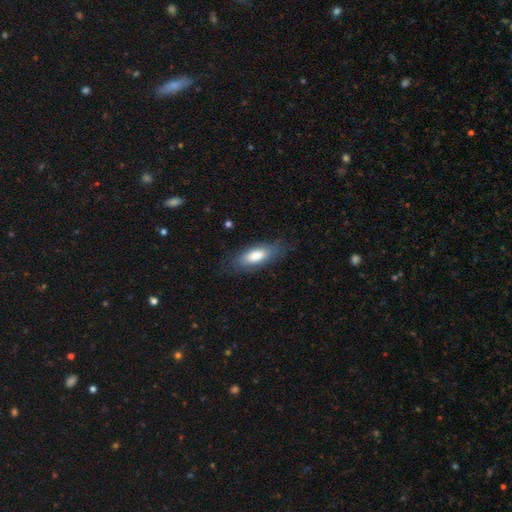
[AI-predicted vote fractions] Smooth or featured?
  - smooth: 76% *
  - featured or disk: 18%
  - star or artifact: 6%
How rounded?
  - in between: 75% *
  - cigar-shaped: 22%
  - round: 2%
Merging?
  - none: 76% *
  - minor disturbance: 17%
  - major disturbance: 6%
  - merger: 1%